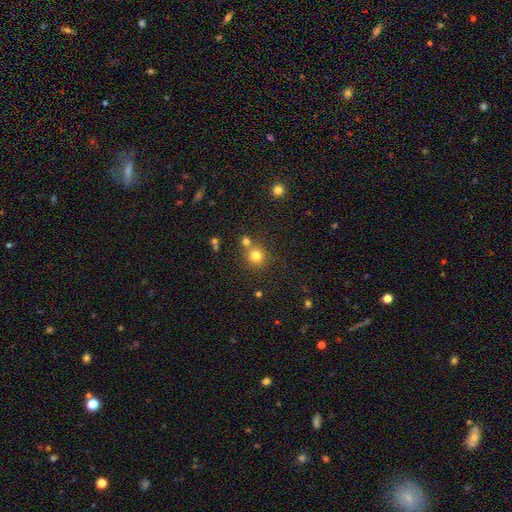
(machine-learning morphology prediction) Smooth or featured? smooth (76%)
How rounded? round (91%)
Merging? none (67%)